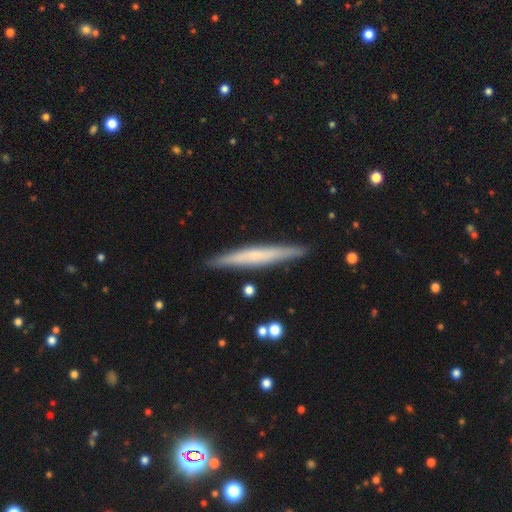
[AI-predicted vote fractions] smooth_or_featured: featured or disk (p=0.50) [alt: smooth p=0.44]
disk_edge_on: yes (p=0.96) [alt: no p=0.04]
merging: none (p=0.90) [alt: minor disturbance p=0.07]